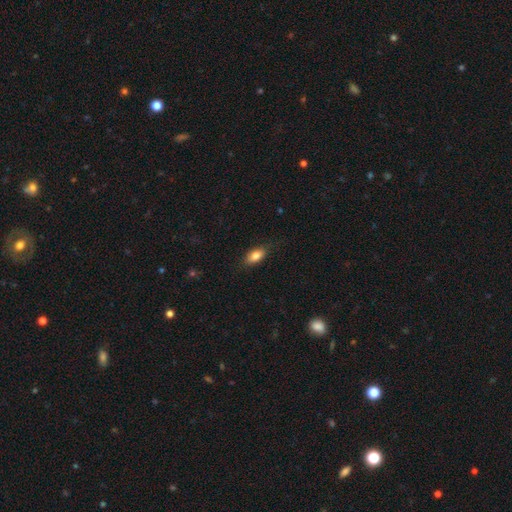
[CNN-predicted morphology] smooth_or_featured: smooth (p=0.82) [alt: featured or disk p=0.11]
how_rounded: in between (p=0.87) [alt: cigar-shaped p=0.07]
merging: none (p=0.80) [alt: minor disturbance p=0.15]